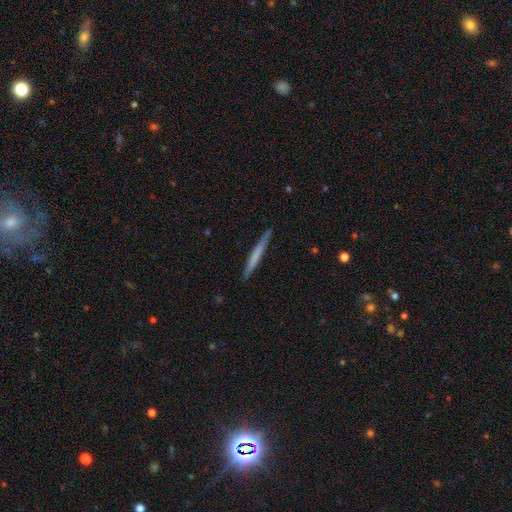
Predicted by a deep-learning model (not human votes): A smooth galaxy with no disk features (60%) that is cigar-shaped (97%). Merging: none (89%).